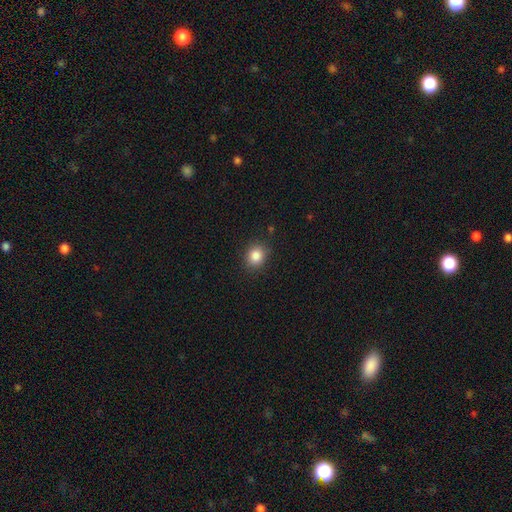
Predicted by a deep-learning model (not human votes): This appears to be a smooth galaxy with no disk features (85%) that is round (67%). Merging: none (86%).